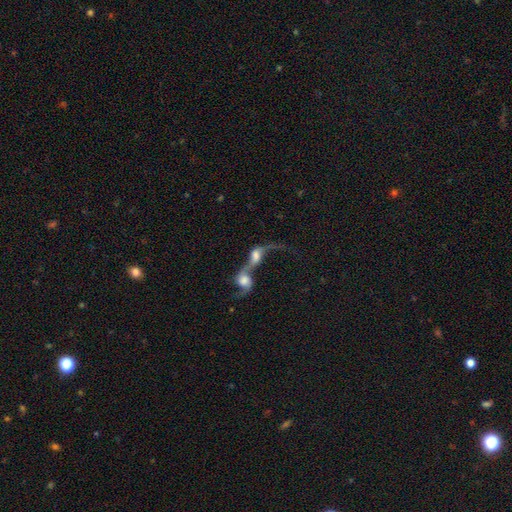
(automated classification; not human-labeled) A featured or disk galaxy (58%) with no bar (67%), spiral arms (71%) and a large central bulge (34%).

Vote fractions:
- Smooth or featured? featured or disk: 58% / smooth: 32% / star or artifact: 10%
- Edge-on disk? no: 89% / yes: 11%
- Bar? no: 67% / weak: 25% / strong: 8%
- Spiral arms? yes: 71% / no: 29%
- Bulge size? large: 34% / moderate: 30% / none: 14% / small: 12% / dominant: 10%
- Merging? merger: 87% / major disturbance: 6% / none: 5% / minor disturbance: 2%